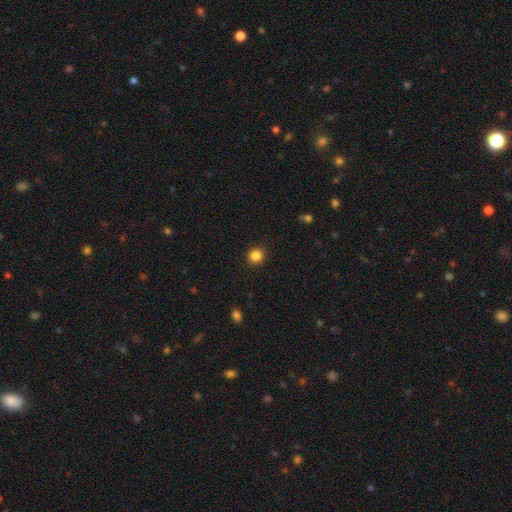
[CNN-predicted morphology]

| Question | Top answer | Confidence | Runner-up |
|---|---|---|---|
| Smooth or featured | smooth | 85% | star or artifact (11%) |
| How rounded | round | 92% | in between (7%) |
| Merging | none | 92% | minor disturbance (5%) |